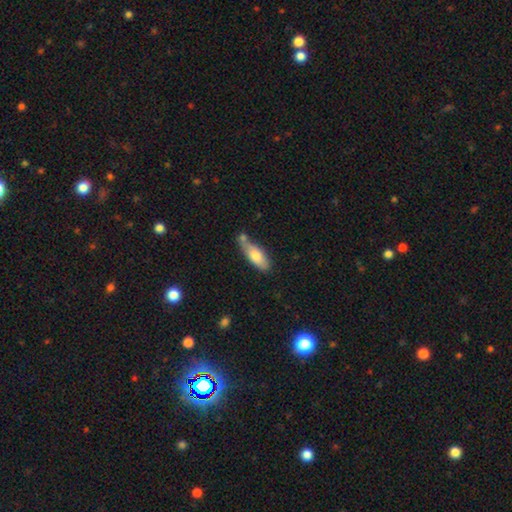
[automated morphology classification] Smooth or featured: smooth — 72% (featured or disk — 22%)
How rounded: in between — 66% (cigar-shaped — 32%)
Merging: none — 44% (merger — 25%)